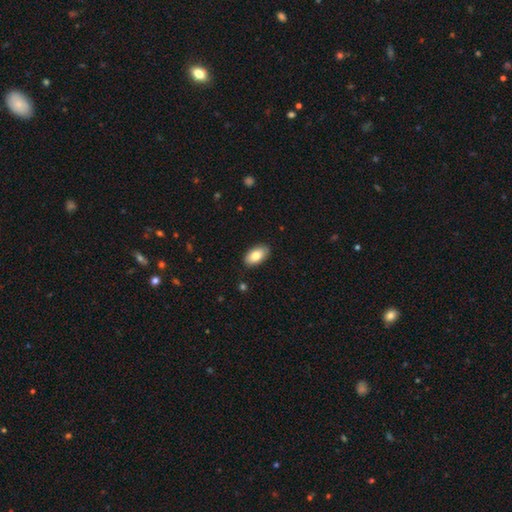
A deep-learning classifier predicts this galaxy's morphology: The model was most divided on "smooth or featured": smooth: 81%, featured or disk: 13%, star or artifact: 6%. More confident: how rounded — in between (94%); merging — none (88%).